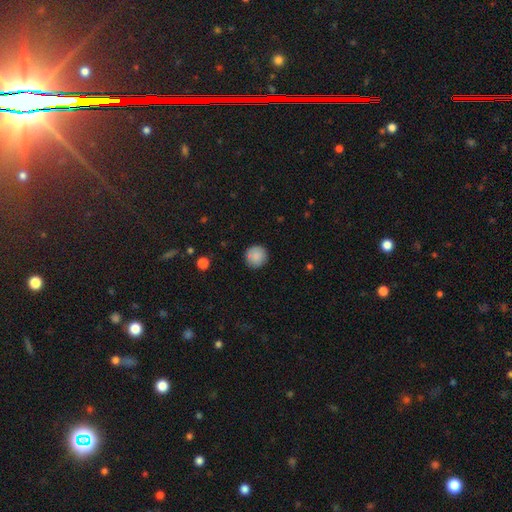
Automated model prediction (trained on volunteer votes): Smooth or featured?
  - smooth: 87% *
  - star or artifact: 8%
  - featured or disk: 5%
How rounded?
  - round: 94% *
  - in between: 5%
  - cigar-shaped: 1%
Merging?
  - none: 89% *
  - minor disturbance: 8%
  - major disturbance: 2%
  - merger: 1%